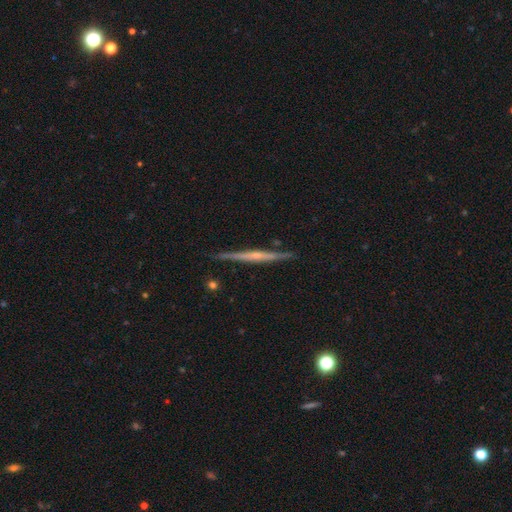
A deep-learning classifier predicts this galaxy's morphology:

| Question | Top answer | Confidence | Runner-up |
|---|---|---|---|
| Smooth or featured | featured or disk | 75% | smooth (20%) |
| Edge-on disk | yes | 98% | no (2%) |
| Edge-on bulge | rounded | 47% | none (43%) |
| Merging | none | 89% | minor disturbance (8%) |